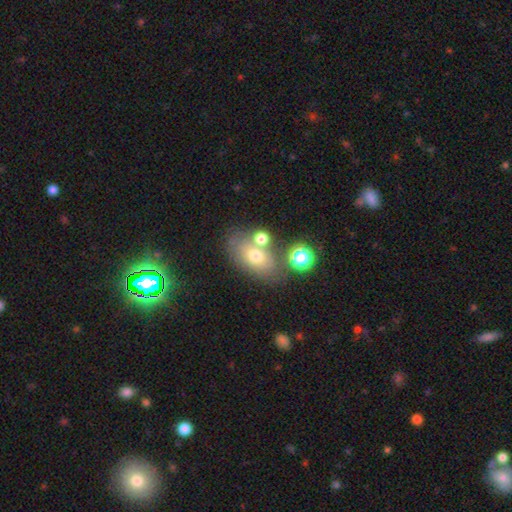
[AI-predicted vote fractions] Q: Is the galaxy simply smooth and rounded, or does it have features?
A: smooth — 64%.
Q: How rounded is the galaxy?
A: in between — 82%.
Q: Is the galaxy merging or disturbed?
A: none — 57%.